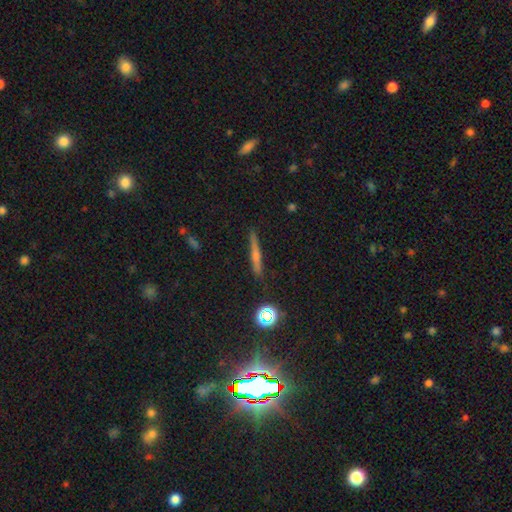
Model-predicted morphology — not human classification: Smooth or featured? featured or disk (50%)
Merging? none (89%)